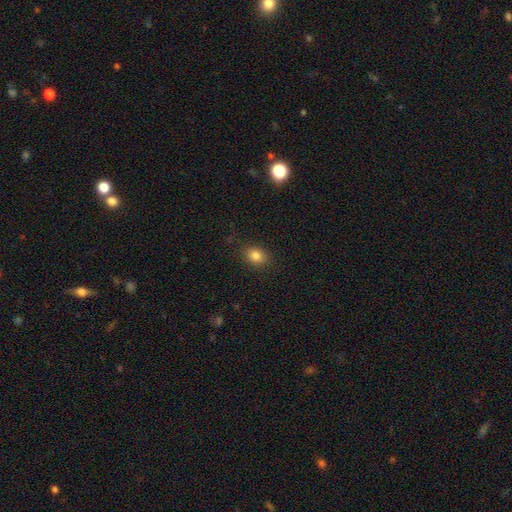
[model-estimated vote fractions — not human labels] Morphology: type=smooth (83%); roundness=in between (55%); merging=none (86%).